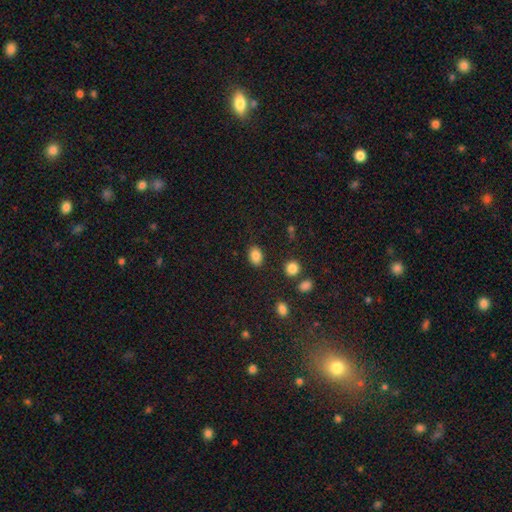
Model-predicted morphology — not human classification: The model was most divided on "how rounded": in between: 76%, round: 23%, cigar-shaped: 1%. More confident: smooth or featured — smooth (85%); merging — none (85%).